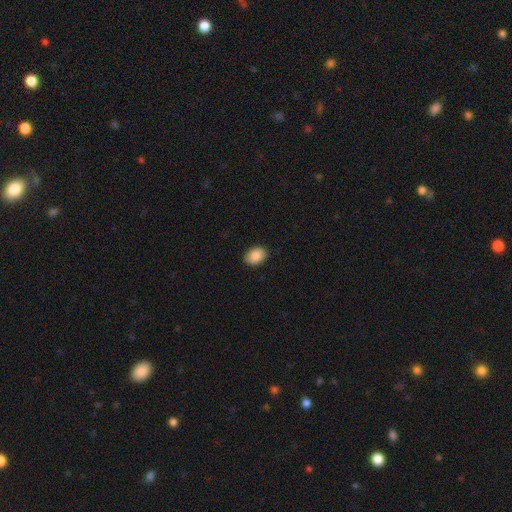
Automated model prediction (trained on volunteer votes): This appears to be a smooth galaxy with no disk features (89%) that is in between round and cigar-shaped (79%). Merging: none (89%).